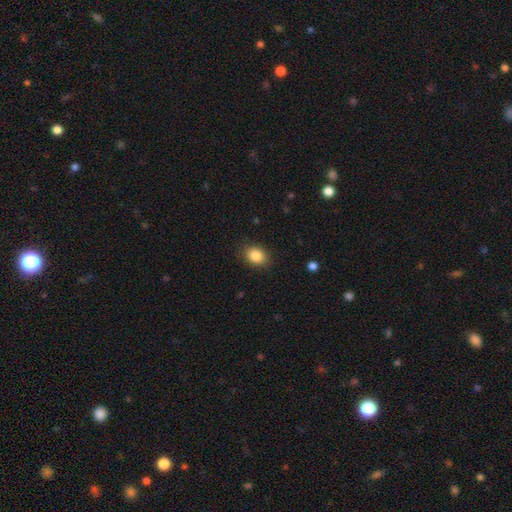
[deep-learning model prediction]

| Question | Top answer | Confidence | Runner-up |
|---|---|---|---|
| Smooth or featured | smooth | 86% | star or artifact (9%) |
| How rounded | in between | 61% | round (38%) |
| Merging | none | 87% | minor disturbance (10%) |